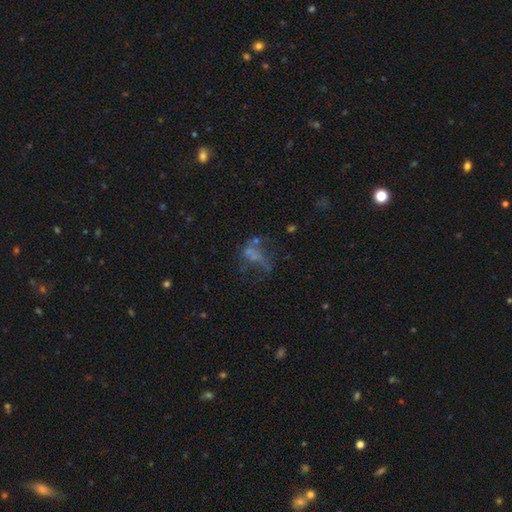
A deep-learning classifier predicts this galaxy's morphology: The model was most divided on "merging": major disturbance: 35%, none: 33%, merger: 17%, minor disturbance: 15%. Remaining: smooth or featured — featured or disk (43%).